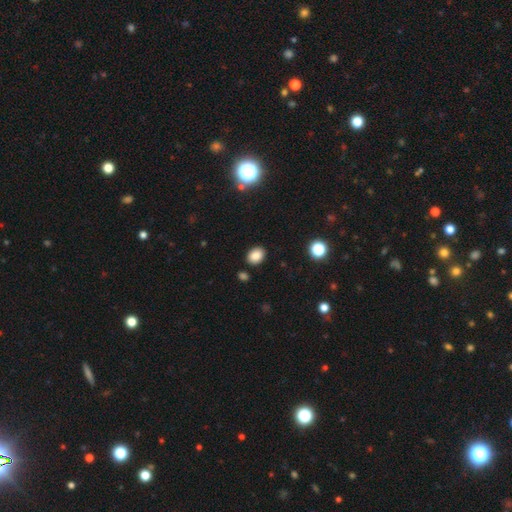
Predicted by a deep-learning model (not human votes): Q: Smooth or featured?
A: smooth (84%); runner-up: star or artifact (11%)
Q: How rounded?
A: in between (63%); runner-up: round (36%)
Q: Merging?
A: none (87%); runner-up: minor disturbance (8%)